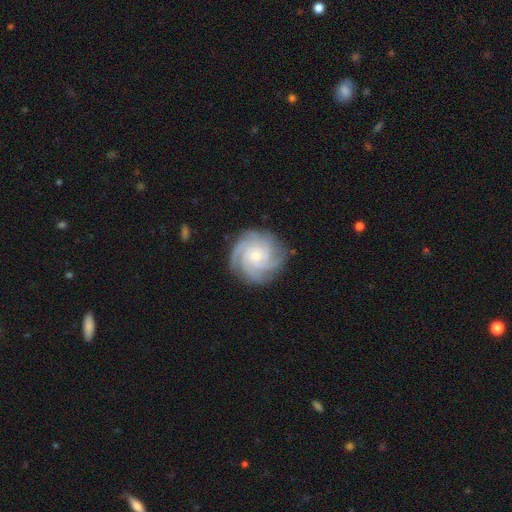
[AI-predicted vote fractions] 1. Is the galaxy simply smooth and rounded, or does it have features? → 87% featured or disk, 7% smooth, 5% star or artifact.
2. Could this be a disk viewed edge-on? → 98% no, 2% yes.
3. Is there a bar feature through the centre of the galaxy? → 75% no, 20% weak, 4% strong.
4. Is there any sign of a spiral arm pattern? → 98% yes, 2% no.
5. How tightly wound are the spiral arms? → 74% tight, 23% medium, 3% loose.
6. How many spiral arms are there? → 39% 4, 24% 3, 13% can't tell, 10% more than 4, 7% 2, 6% 1.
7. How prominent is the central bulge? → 67% small, 29% moderate, 2% none, 2% large, 1% dominant.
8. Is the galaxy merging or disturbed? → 82% none, 13% minor disturbance, 4% major disturbance, 1% merger.